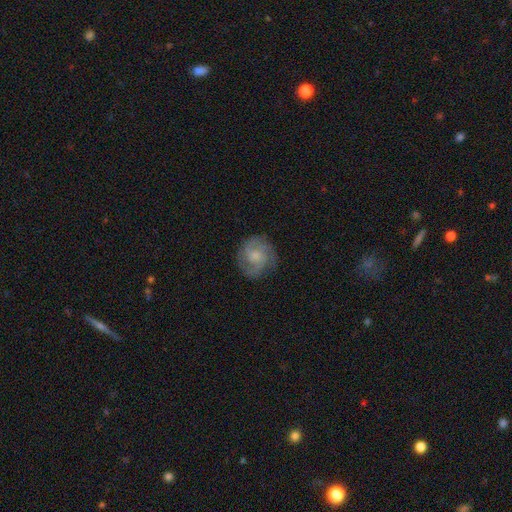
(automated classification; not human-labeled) A featured or disk galaxy (72%) with no bar (72%), 2 (35%) tight (54%) spiral arms (93%) and a small central bulge (49%). Merging: none (80%).